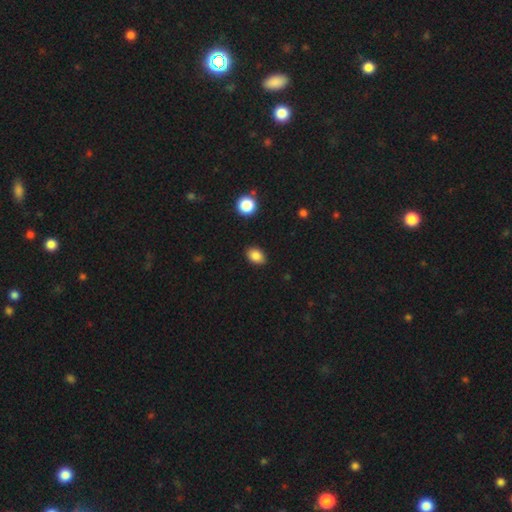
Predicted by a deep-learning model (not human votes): smooth-or-featured: smooth: 85% | star or artifact: 10% | featured or disk: 5%
  how-rounded: in between: 76% | round: 23% | cigar-shaped: 1%
  merging: none: 88% | minor disturbance: 8% | major disturbance: 2% | merger: 1%